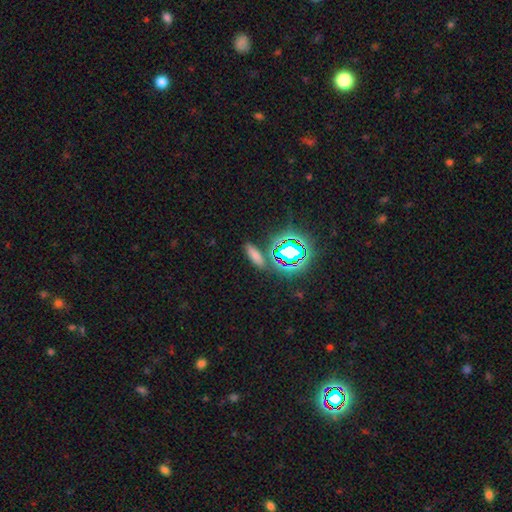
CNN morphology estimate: smooth-or-featured: smooth: 63% | star or artifact: 27% | featured or disk: 10%
  how-rounded: in between: 52% | cigar-shaped: 41% | round: 6%
  merging: none: 81% | minor disturbance: 10% | merger: 5% | major disturbance: 3%